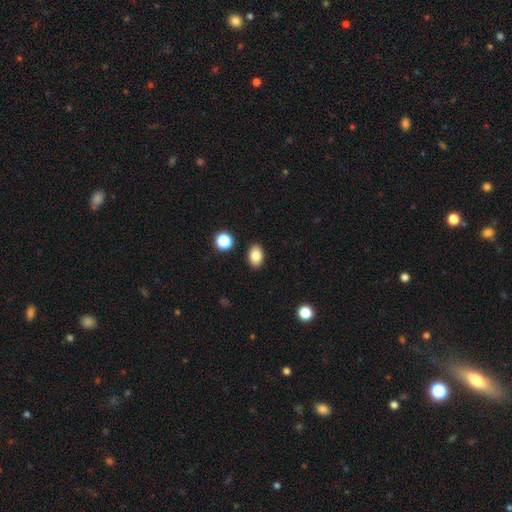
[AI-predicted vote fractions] A smooth galaxy with no disk features (84%) that is in between round and cigar-shaped (87%). Merging: none (89%).